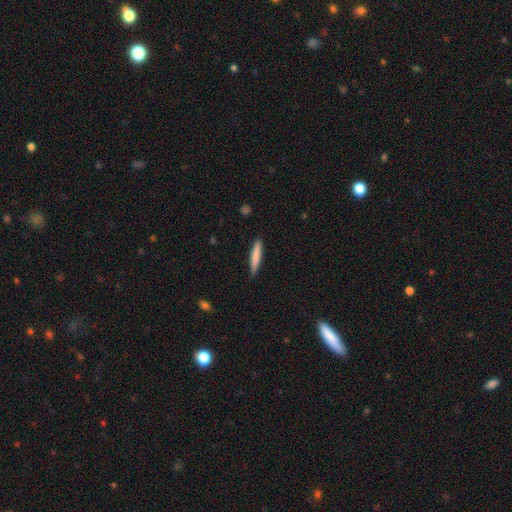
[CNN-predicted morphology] Q: Smooth or featured?
A: smooth (77%); runner-up: featured or disk (17%)
Q: How rounded?
A: cigar-shaped (92%); runner-up: in between (7%)
Q: Merging?
A: none (88%); runner-up: minor disturbance (9%)